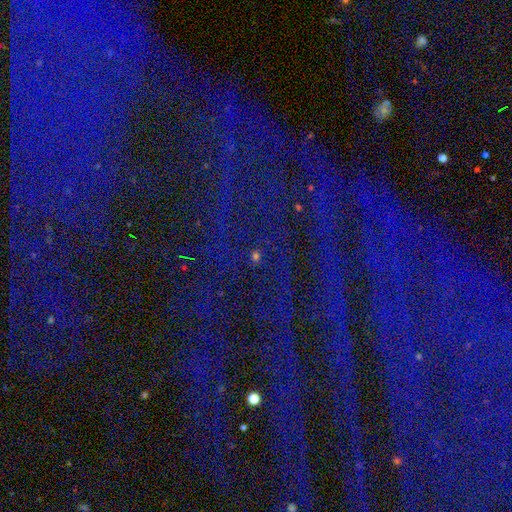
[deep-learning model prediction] star or artifact 86%, featured or disk 8%, smooth 6%.